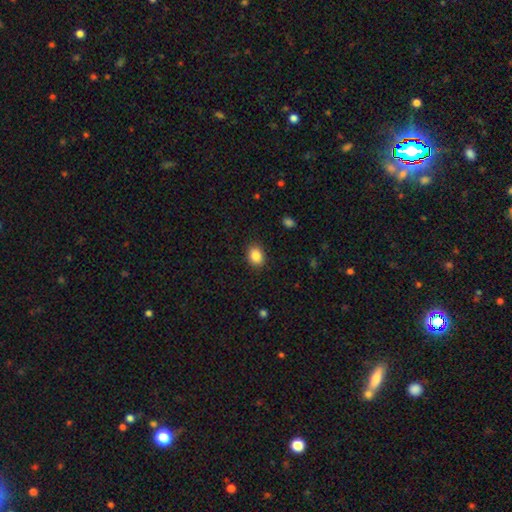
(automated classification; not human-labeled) Smooth or featured: smooth — 87% (star or artifact — 8%)
How rounded: in between — 57% (round — 42%)
Merging: none — 88% (minor disturbance — 9%)